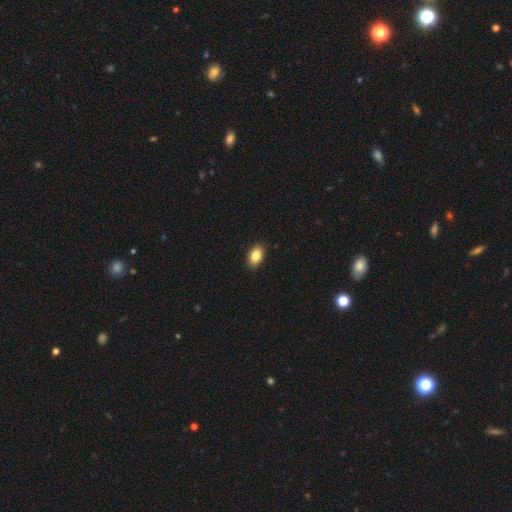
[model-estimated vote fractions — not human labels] Morphology: type=smooth (85%); roundness=in between (88%); merging=none (90%).